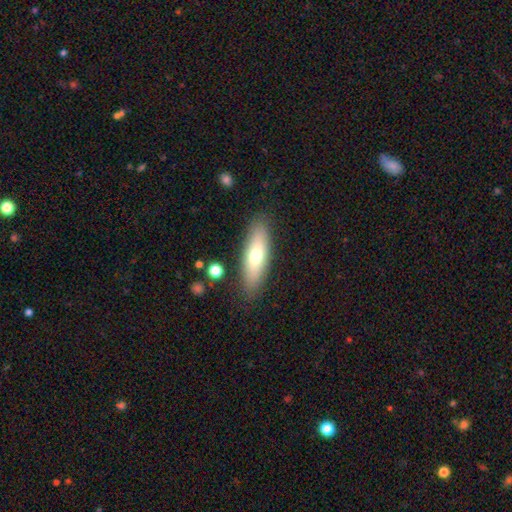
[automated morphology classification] Q: Smooth or featured?
A: smooth (62%); runner-up: featured or disk (31%)
Q: How rounded?
A: in between (51%); runner-up: cigar-shaped (47%)
Q: Merging?
A: none (86%); runner-up: minor disturbance (10%)